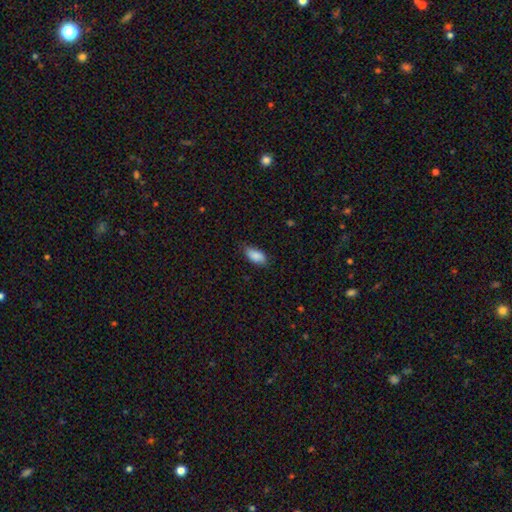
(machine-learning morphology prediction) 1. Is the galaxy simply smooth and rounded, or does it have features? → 87% smooth, 7% star or artifact, 6% featured or disk.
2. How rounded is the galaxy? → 91% in between, 7% cigar-shaped, 3% round.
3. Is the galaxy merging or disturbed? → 71% none, 24% minor disturbance, 4% major disturbance, 1% merger.